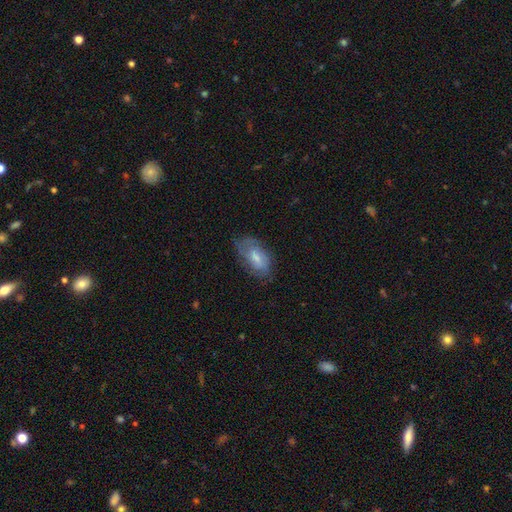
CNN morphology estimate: Smooth or featured?
  - featured or disk: 51% *
  - smooth: 40%
  - star or artifact: 9%
Edge-on disk?
  - no: 91% *
  - yes: 9%
Merging?
  - none: 65% *
  - minor disturbance: 24%
  - major disturbance: 9%
  - merger: 1%